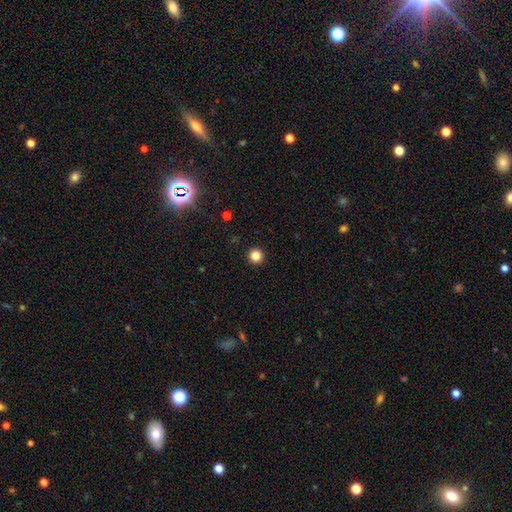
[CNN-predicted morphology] This appears to be a smooth galaxy with no disk features (84%) that is round (96%). Merging: none (94%).